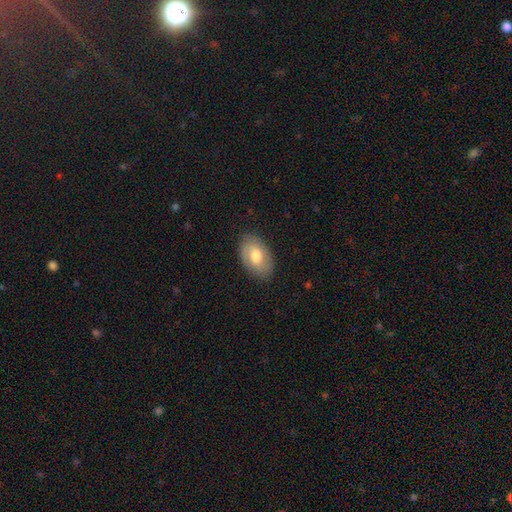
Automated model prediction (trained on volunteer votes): smooth-or-featured: smooth: 60% | featured or disk: 34% | star or artifact: 6%
  how-rounded: in between: 91% | round: 8% | cigar-shaped: 1%
  merging: none: 82% | minor disturbance: 13% | major disturbance: 3% | merger: 1%